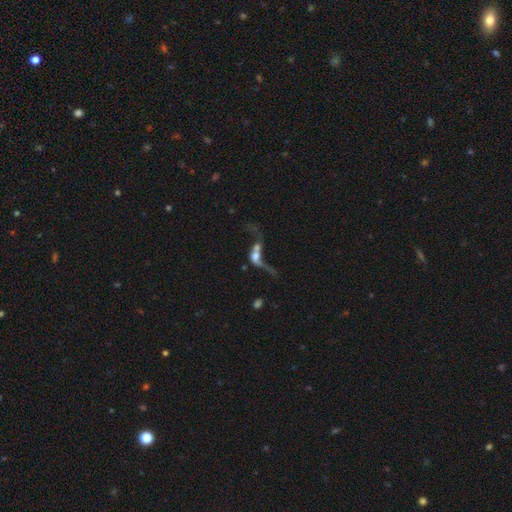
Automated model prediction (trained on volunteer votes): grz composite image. It shows a featured or disk galaxy (52%). Merging: merger (66%).